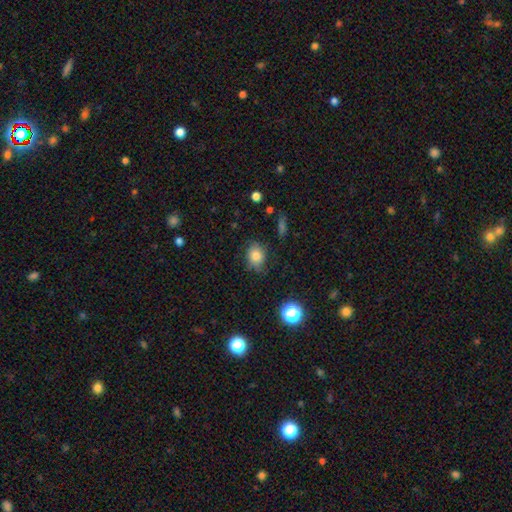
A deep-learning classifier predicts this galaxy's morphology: type=smooth (79%); roundness=round (50%); merging=none (72%).